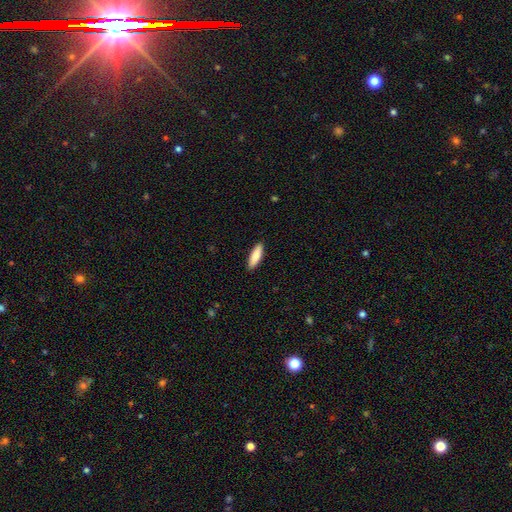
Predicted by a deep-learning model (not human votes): Morphology: type=smooth (86%); roundness=cigar-shaped (56%); merging=none (90%).